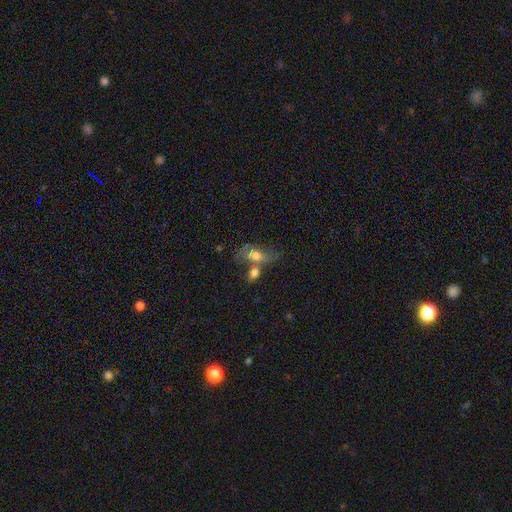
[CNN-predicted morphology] This is possibly a smooth galaxy (53%). How rounded: likely in between (78%). Merging: marginally merger (42%).